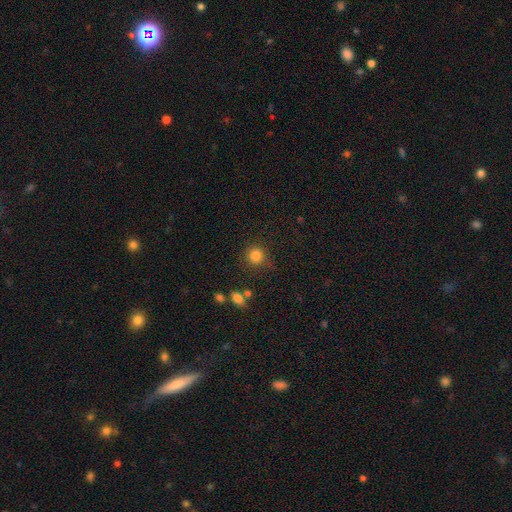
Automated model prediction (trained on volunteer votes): A smooth galaxy with no disk features (83%) that is round (91%). Merging: none (80%).